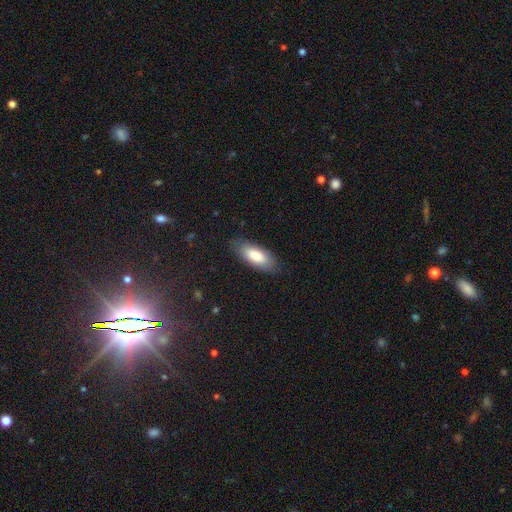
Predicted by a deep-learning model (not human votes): Overall: smooth (81%). How rounded: in between (81%). Merging: none (83%).